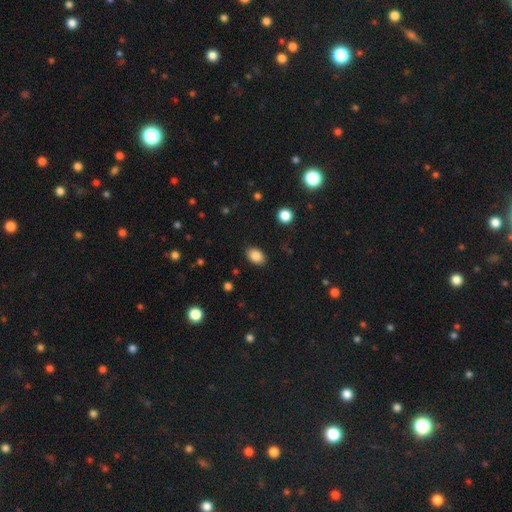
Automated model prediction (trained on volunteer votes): Smooth or featured?
  - smooth: 87% *
  - star or artifact: 9%
  - featured or disk: 5%
How rounded?
  - in between: 83% *
  - round: 16%
  - cigar-shaped: 1%
Merging?
  - none: 88% *
  - minor disturbance: 9%
  - major disturbance: 2%
  - merger: 1%